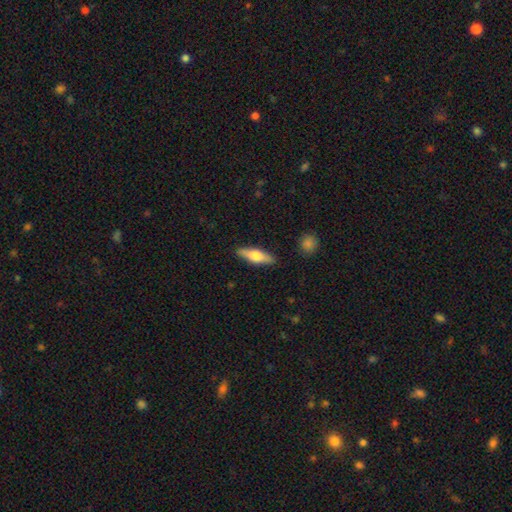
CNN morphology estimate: Smooth or featured: smooth — 51% (featured or disk — 43%)
How rounded: cigar-shaped — 55% (in between — 42%)
Merging: none — 89% (minor disturbance — 8%)